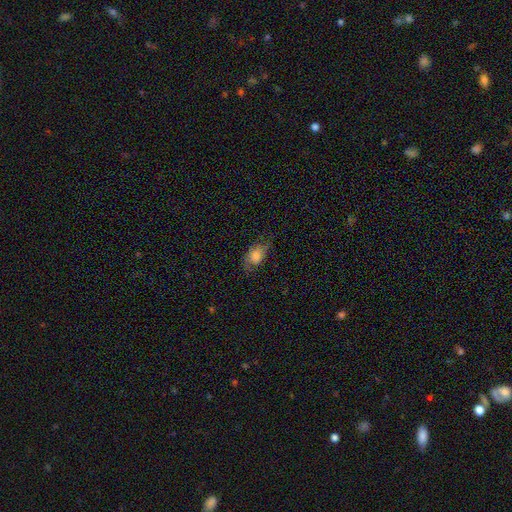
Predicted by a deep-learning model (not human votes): This appears to be a smooth galaxy with no disk features (55%) that is in between round and cigar-shaped (80%). Merging: none (59%).